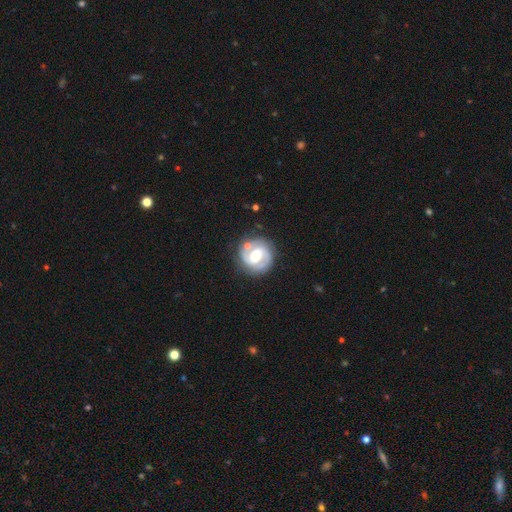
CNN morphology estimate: Q: Smooth or featured?
A: featured or disk (82%); runner-up: smooth (13%)
Q: Edge-on disk?
A: no (98%); runner-up: yes (2%)
Q: Bar?
A: weak (48%); runner-up: strong (31%)
Q: Spiral arms?
A: yes (94%); runner-up: no (6%)
Q: Spiral winding?
A: medium (45%); runner-up: tight (43%)
Q: Spiral arm count?
A: 2 (88%); runner-up: can't tell (5%)
Q: Bulge size?
A: moderate (62%); runner-up: large (18%)
Q: Merging?
A: none (76%); runner-up: minor disturbance (14%)